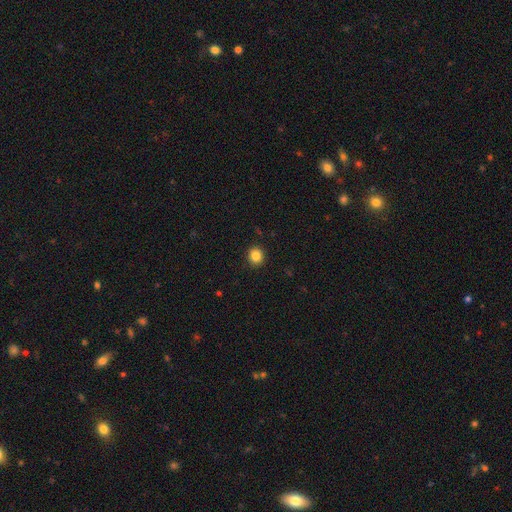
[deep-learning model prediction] This appears to be a smooth galaxy with no disk features (85%) that is round (88%). Merging: none (92%).